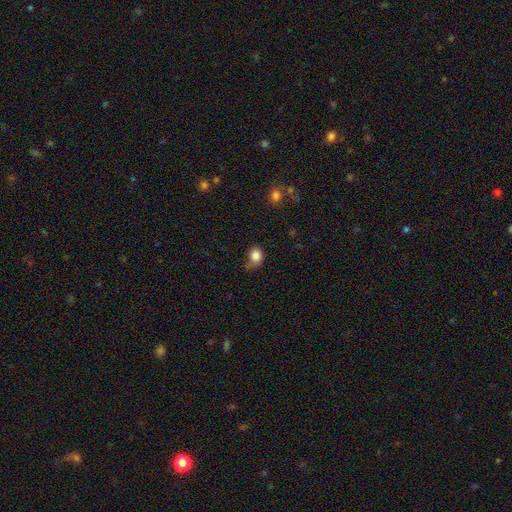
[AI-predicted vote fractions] smooth 83%, star or artifact 9%, featured or disk 7%. Down the decision tree: how rounded — round (58%); merging — none (49%).